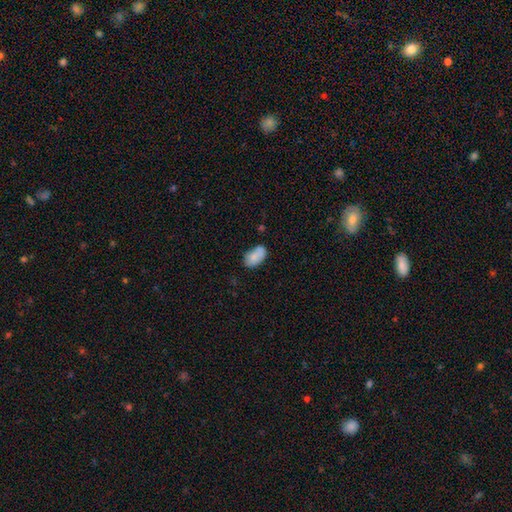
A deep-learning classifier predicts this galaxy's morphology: The model was most divided on "merging": none: 60%, minor disturbance: 25%, merger: 9%, major disturbance: 6%. More confident: how rounded — in between (92%); smooth or featured — smooth (82%).